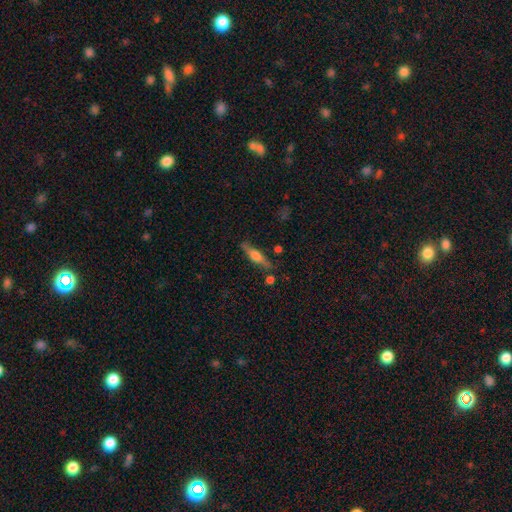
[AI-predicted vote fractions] smooth-or-featured: featured or disk: 52% | smooth: 41% | star or artifact: 7%
  disk-edge-on: yes: 93% | no: 7%
  merging: none: 77% | minor disturbance: 14% | merger: 6% | major disturbance: 4%